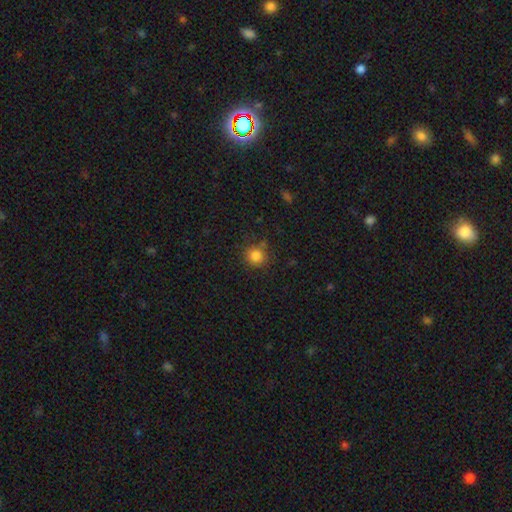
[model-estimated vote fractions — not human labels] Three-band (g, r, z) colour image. It shows a smooth galaxy with no disk features (83%) that is round (89%). Merging: none (79%).